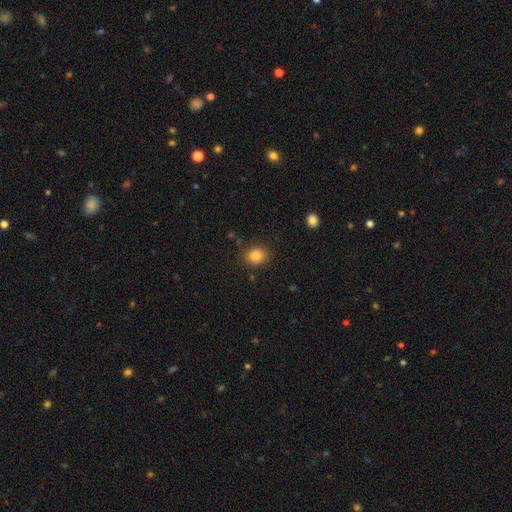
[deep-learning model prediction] Smooth or featured?
  - smooth: 82% *
  - star or artifact: 11%
  - featured or disk: 7%
How rounded?
  - round: 75% *
  - in between: 24%
  - cigar-shaped: 1%
Merging?
  - none: 83% *
  - minor disturbance: 12%
  - major disturbance: 3%
  - merger: 2%